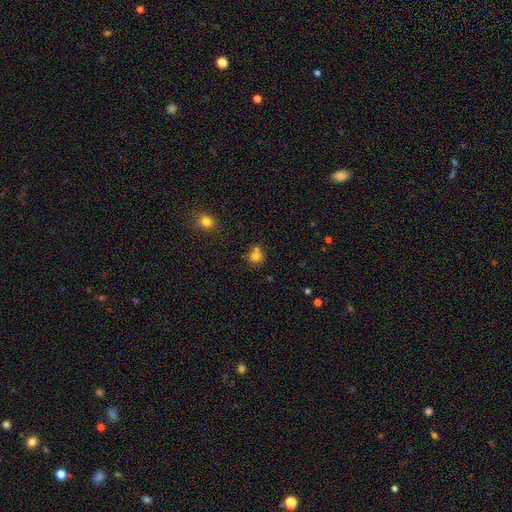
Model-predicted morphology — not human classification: smooth-or-featured: smooth: 76% | star or artifact: 14% | featured or disk: 10%
  how-rounded: round: 85% | in between: 14% | cigar-shaped: 1%
  merging: none: 56% | merger: 29% | minor disturbance: 11% | major disturbance: 4%